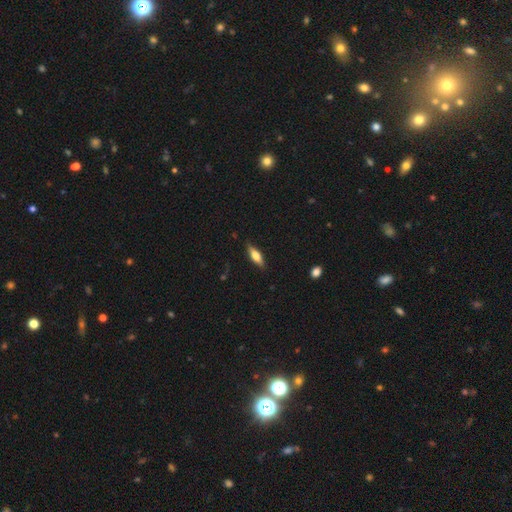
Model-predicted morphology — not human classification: This appears to be a smooth galaxy with no disk features (65%) that is in between round and cigar-shaped (54%). Merging: none (84%).